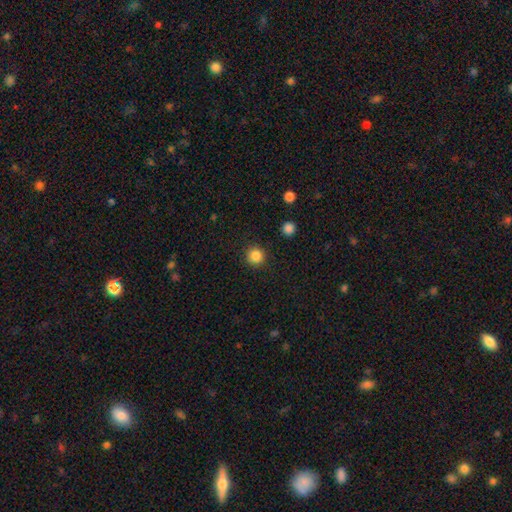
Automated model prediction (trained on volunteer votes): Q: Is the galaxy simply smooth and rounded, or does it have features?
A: smooth — 85%.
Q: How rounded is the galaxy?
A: round — 95%.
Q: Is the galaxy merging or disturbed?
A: none — 92%.